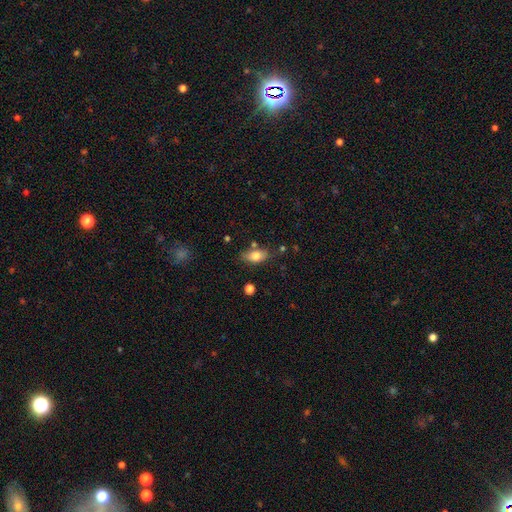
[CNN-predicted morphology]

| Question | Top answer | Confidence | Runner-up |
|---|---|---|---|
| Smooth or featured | smooth | 78% | featured or disk (14%) |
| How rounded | in between | 85% | cigar-shaped (8%) |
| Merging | none | 73% | minor disturbance (17%) |